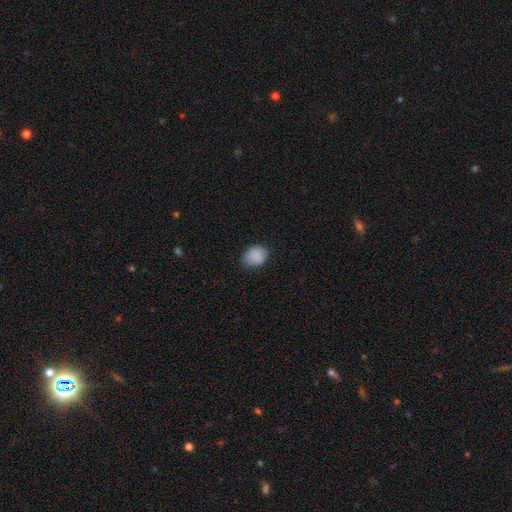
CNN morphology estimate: Smooth or featured? Predicted: smooth (p=0.88). How rounded? Predicted: round (p=0.53). Merging? Predicted: none (p=0.78).